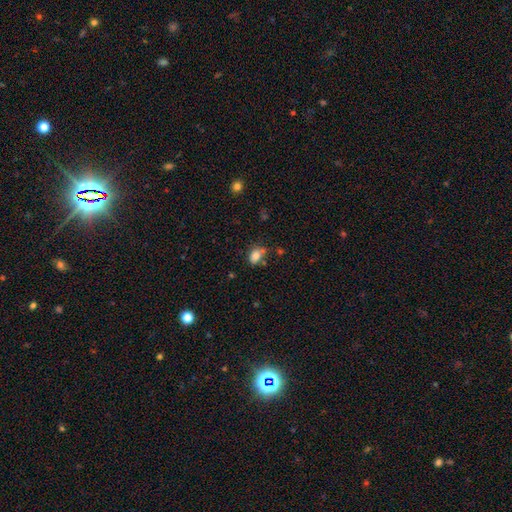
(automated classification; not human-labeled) Smooth or featured? Predicted: smooth (p=0.81). How rounded? Predicted: in between (p=0.76). Merging? Predicted: none (p=0.56).